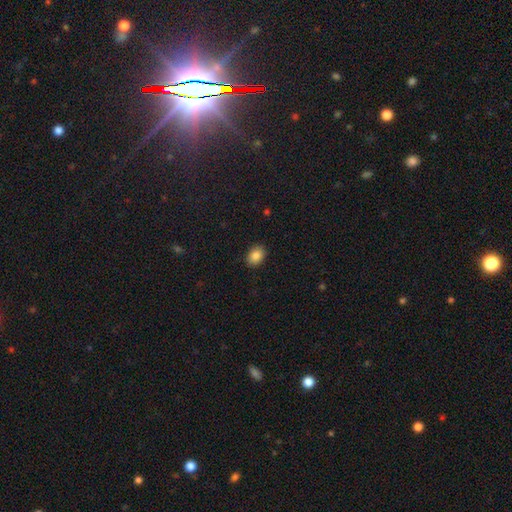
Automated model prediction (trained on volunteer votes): smooth-or-featured: smooth: 86% | star or artifact: 9% | featured or disk: 5%
  how-rounded: in between: 73% | round: 26% | cigar-shaped: 1%
  merging: none: 89% | minor disturbance: 8% | major disturbance: 2% | merger: 1%